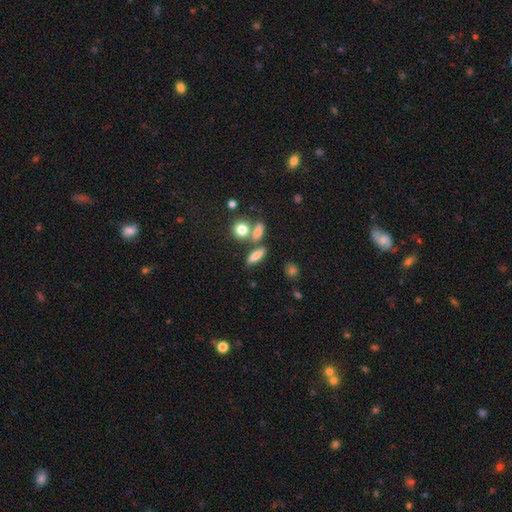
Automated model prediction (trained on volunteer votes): A smooth galaxy with no disk features (75%) that is in between round and cigar-shaped (44%). Merging: none (62%).